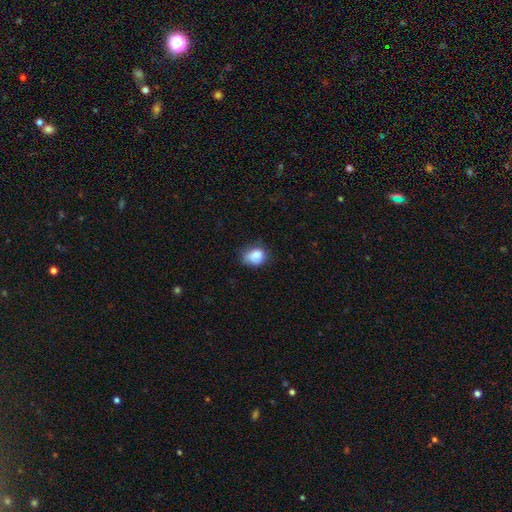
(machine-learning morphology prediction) This is clearly a smooth galaxy (84%). How rounded: possibly in between (51%). Merging: possibly none (53%).